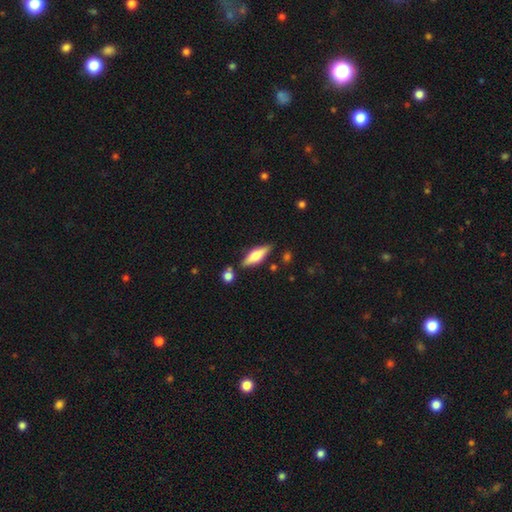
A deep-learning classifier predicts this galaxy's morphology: smooth-or-featured: featured or disk: 47% | smooth: 46% | star or artifact: 7%
  merging: none: 79% | minor disturbance: 12% | merger: 6% | major disturbance: 3%